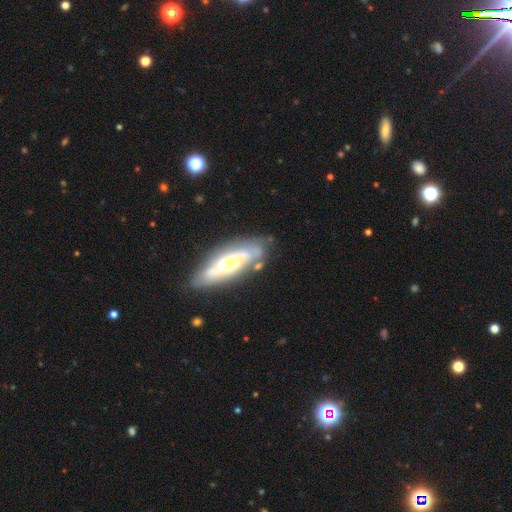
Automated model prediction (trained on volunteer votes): The model was most divided on "edge-on disk": no: 63%, yes: 37%. More confident: merging — none (72%); smooth or featured — featured or disk (67%).